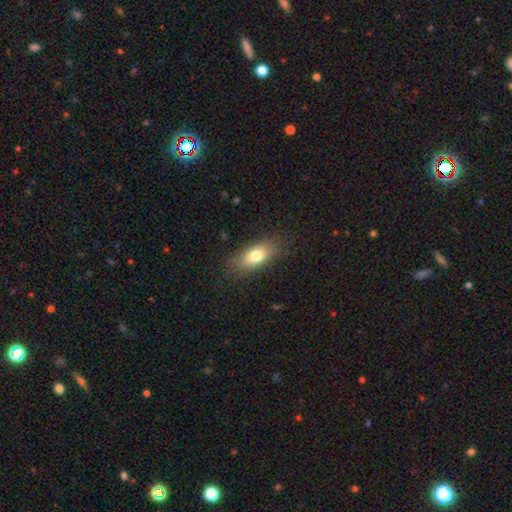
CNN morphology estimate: Overall: smooth (75%). How rounded: in between (80%). Merging: none (82%).